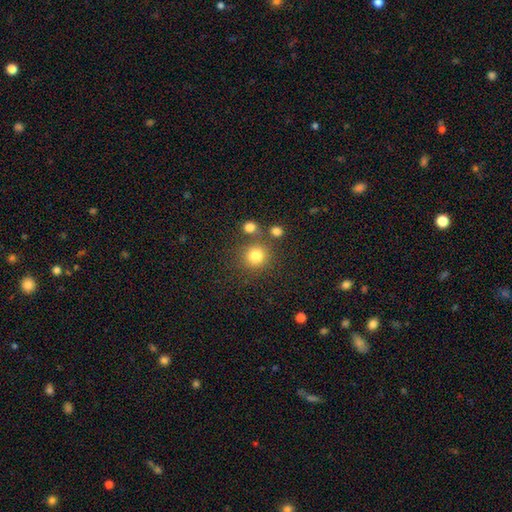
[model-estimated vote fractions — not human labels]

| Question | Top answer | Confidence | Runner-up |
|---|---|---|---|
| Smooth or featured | smooth | 81% | star or artifact (13%) |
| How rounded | round | 91% | in between (8%) |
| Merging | none | 75% | merger (12%) |